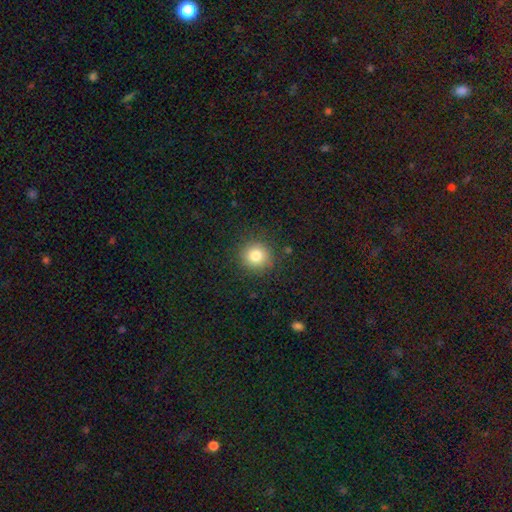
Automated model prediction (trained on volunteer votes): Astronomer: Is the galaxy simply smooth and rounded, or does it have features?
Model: smooth — 81%.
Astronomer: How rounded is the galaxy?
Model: round — 93%.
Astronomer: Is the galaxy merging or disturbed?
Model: none — 89%.